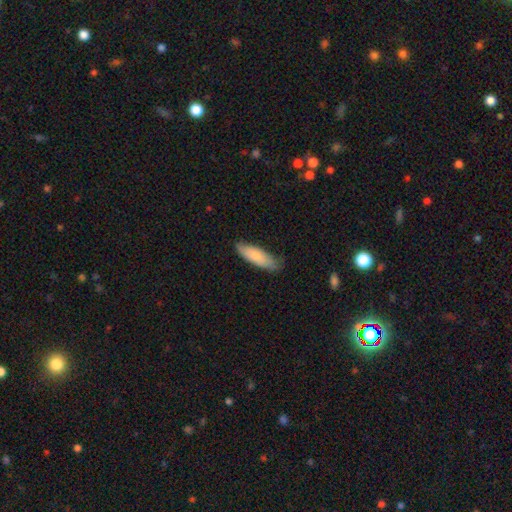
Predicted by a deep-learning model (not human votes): Smooth or featured? smooth (77%)
How rounded? in between (56%)
Merging? none (70%)